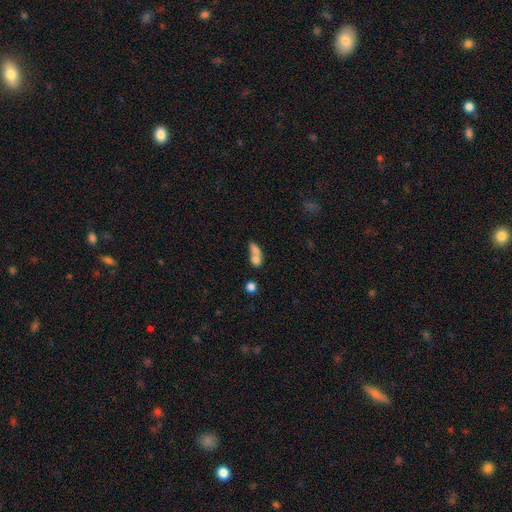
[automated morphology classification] Smooth or featured? smooth (70%)
How rounded? in between (61%)
Merging? merger (61%)